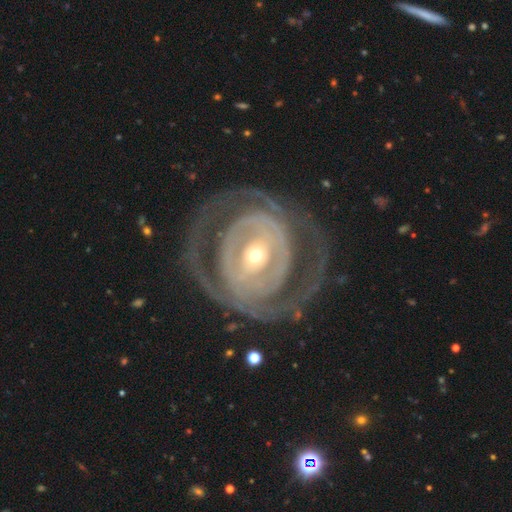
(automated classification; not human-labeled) Overall: featured or disk (86%). Edge-on disk: no (96%). Bar: no (60%; weak 23%). Spiral arms: yes (82%). Spiral arm count: 2 (44%; can't tell 25%). Spiral winding: tight (64%; medium 25%). Bulge size: small (58%; moderate 36%). Merging: none (65%).